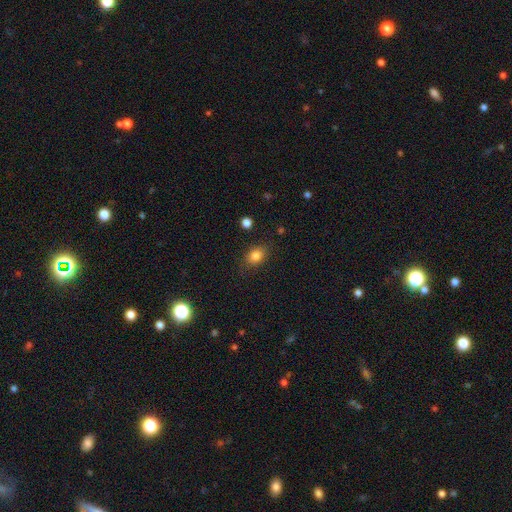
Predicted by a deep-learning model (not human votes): Morphology: type=smooth (82%); roundness=in between (66%); merging=none (79%).